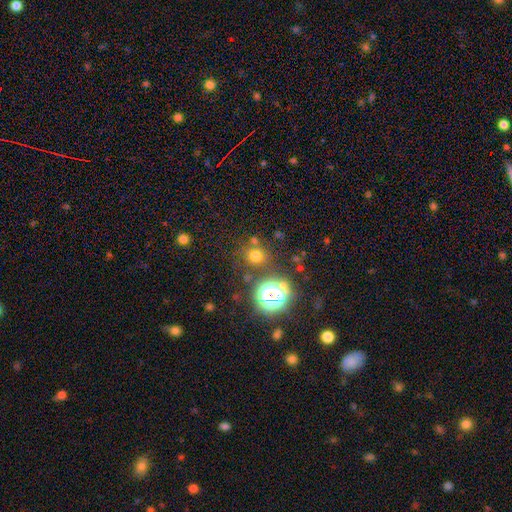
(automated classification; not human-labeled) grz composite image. It shows a smooth galaxy with no disk features (64%) that is round (86%). Merging: none (77%).